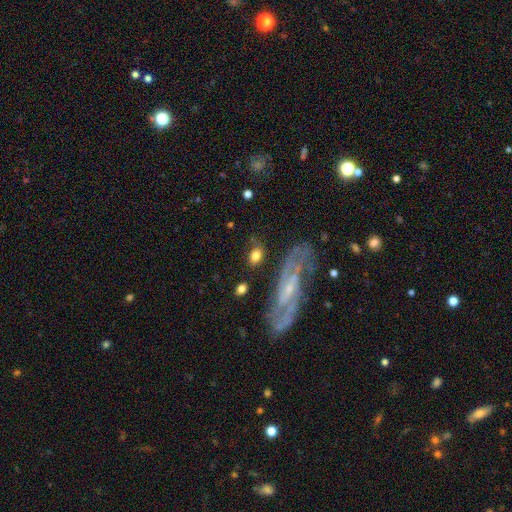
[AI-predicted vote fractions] Smooth or featured? Predicted: smooth (p=0.66). How rounded? Predicted: in between (p=0.65). Merging? Predicted: none (p=0.65).